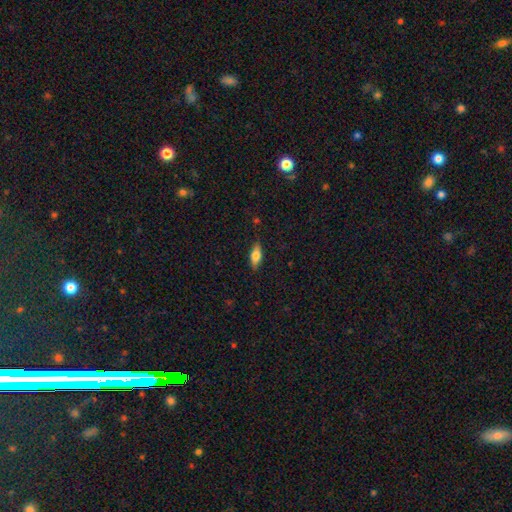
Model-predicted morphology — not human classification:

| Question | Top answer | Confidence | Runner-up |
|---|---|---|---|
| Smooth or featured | smooth | 66% | featured or disk (27%) |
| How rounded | in between | 72% | cigar-shaped (25%) |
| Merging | none | 86% | minor disturbance (11%) |